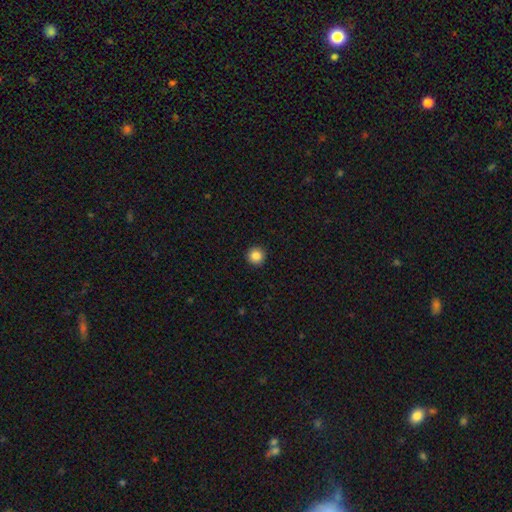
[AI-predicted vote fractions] Morphology: type=smooth (86%); roundness=round (96%); merging=none (93%).